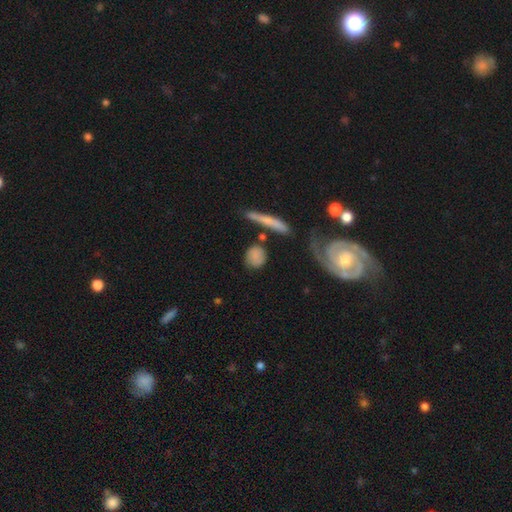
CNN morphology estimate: This appears to be a smooth galaxy with no disk features (76%) that is round (69%). Merging: none (69%).